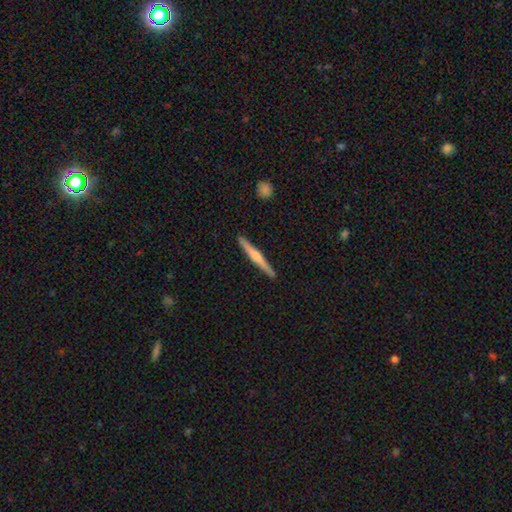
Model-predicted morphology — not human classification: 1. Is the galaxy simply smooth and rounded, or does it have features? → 63% featured or disk, 32% smooth, 5% star or artifact.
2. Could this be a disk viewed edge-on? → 98% yes, 2% no.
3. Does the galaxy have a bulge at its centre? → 78% rounded, 13% none, 9% boxy.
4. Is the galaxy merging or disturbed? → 92% none, 6% minor disturbance, 1% major disturbance, 1% merger.